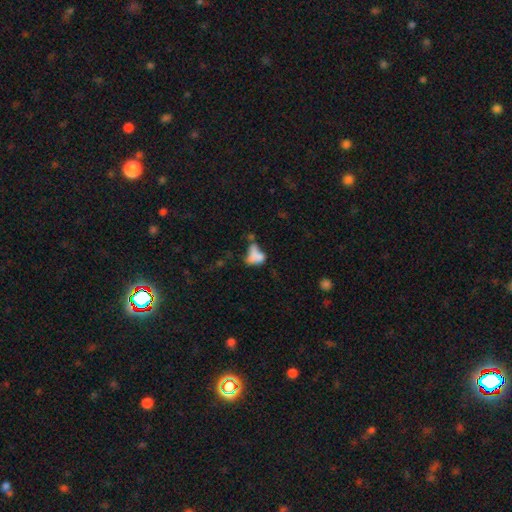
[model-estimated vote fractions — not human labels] Smooth or featured: smooth — 64% (featured or disk — 24%)
How rounded: in between — 81% (round — 14%)
Merging: merger — 33% (major disturbance — 28%)